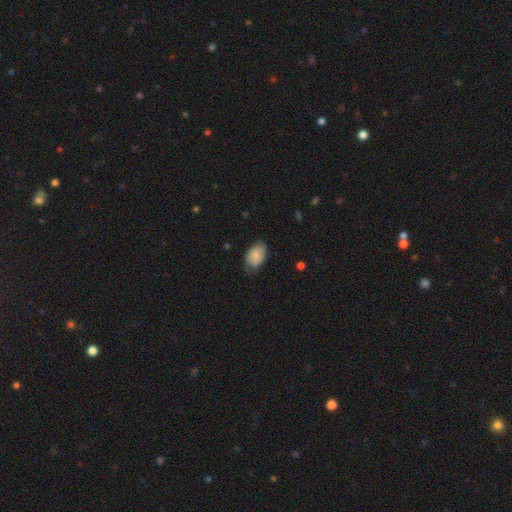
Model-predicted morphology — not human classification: smooth 83%, featured or disk 11%, star or artifact 7%. Down the decision tree: how rounded — in between (90%); merging — none (67%).